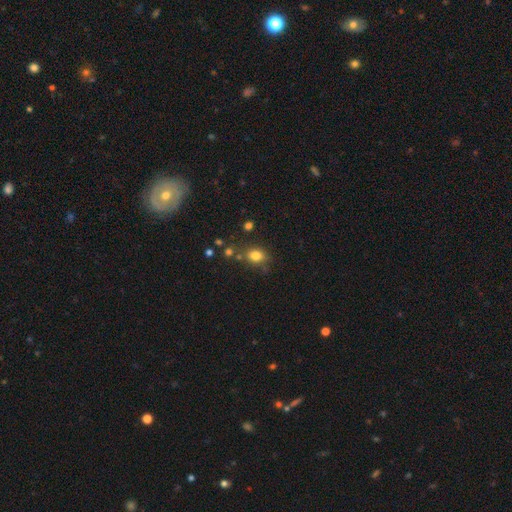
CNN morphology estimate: A smooth galaxy with no disk features (80%) that is in between round and cigar-shaped (51%). Merging: none (71%).